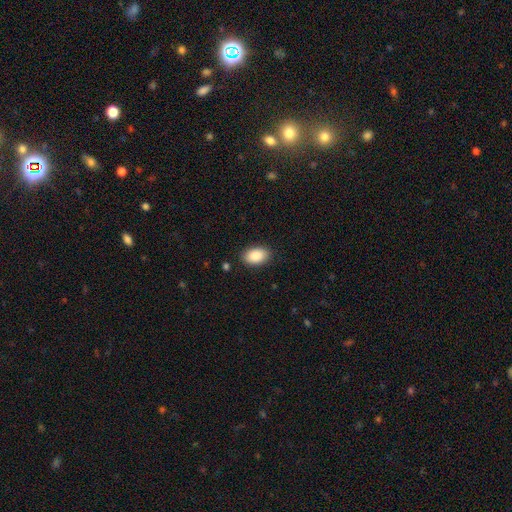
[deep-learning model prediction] smooth-or-featured: smooth: 89% | star or artifact: 7% | featured or disk: 5%
  how-rounded: in between: 92% | round: 7% | cigar-shaped: 1%
  merging: none: 87% | minor disturbance: 9% | major disturbance: 2% | merger: 1%